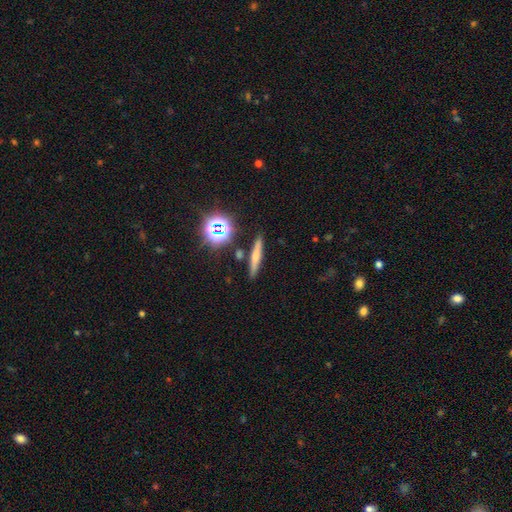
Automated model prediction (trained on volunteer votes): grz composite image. It shows a smooth galaxy with no disk features (54%) that is cigar-shaped (85%). Merging: none (86%).